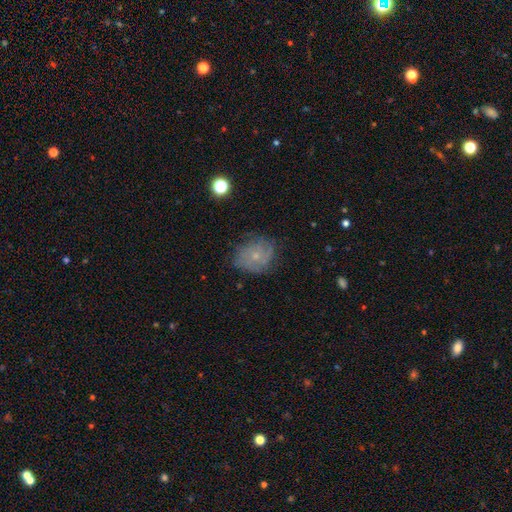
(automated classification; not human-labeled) Smooth or featured?
  - featured or disk: 52% *
  - smooth: 36%
  - star or artifact: 11%
Edge-on disk?
  - no: 97% *
  - yes: 3%
Bar?
  - no: 84% *
  - weak: 14%
  - strong: 2%
Spiral arms?
  - yes: 77% *
  - no: 23%
Bulge size?
  - small: 76% *
  - moderate: 18%
  - none: 4%
  - large: 1%
  - dominant: 1%
Merging?
  - none: 68% *
  - minor disturbance: 22%
  - major disturbance: 9%
  - merger: 1%